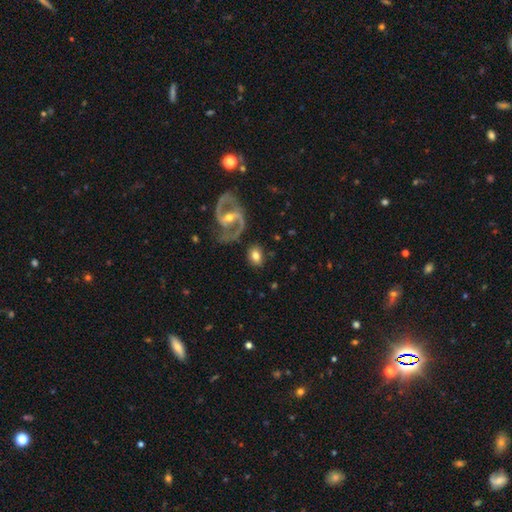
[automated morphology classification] A smooth galaxy with no disk features (55%) that is in between round and cigar-shaped (64%). Merging: none (78%).